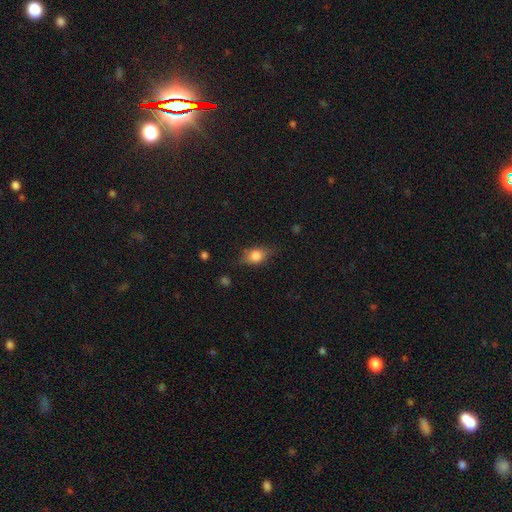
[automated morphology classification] The model was most divided on "how rounded": in between: 72%, round: 23%, cigar-shaped: 5%. More confident: smooth or featured — smooth (75%); merging — none (71%).